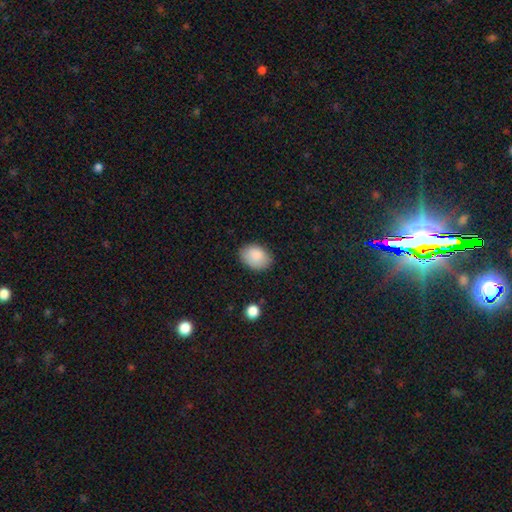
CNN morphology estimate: Smooth or featured? smooth (88%)
How rounded? in between (77%)
Merging? none (80%)